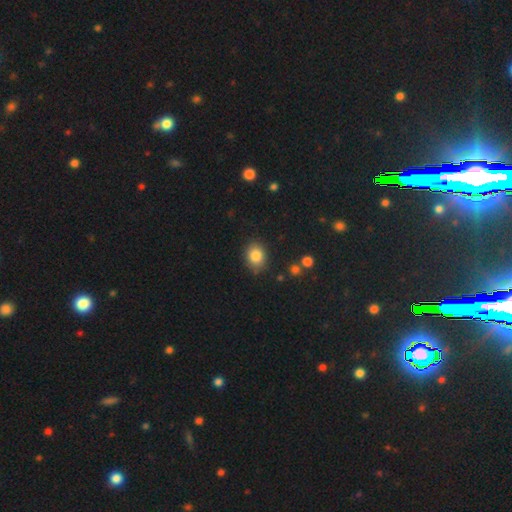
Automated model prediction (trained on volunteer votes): Smooth or featured: smooth — 84% (star or artifact — 9%)
How rounded: round — 51% (in between — 48%)
Merging: none — 82% (minor disturbance — 13%)